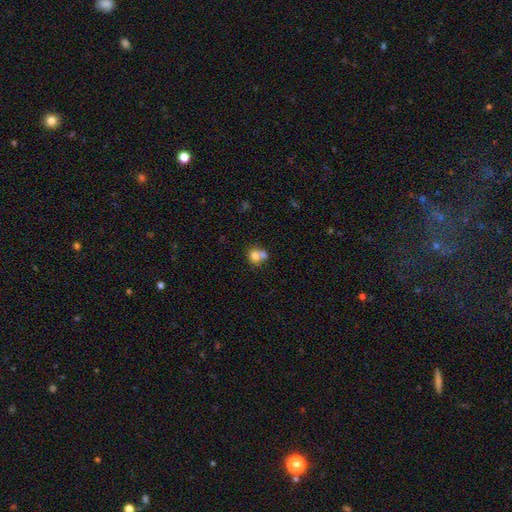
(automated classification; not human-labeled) Q: Smooth or featured?
A: smooth (74%); runner-up: featured or disk (15%)
Q: How rounded?
A: round (78%); runner-up: in between (21%)
Q: Merging?
A: merger (53%); runner-up: none (36%)